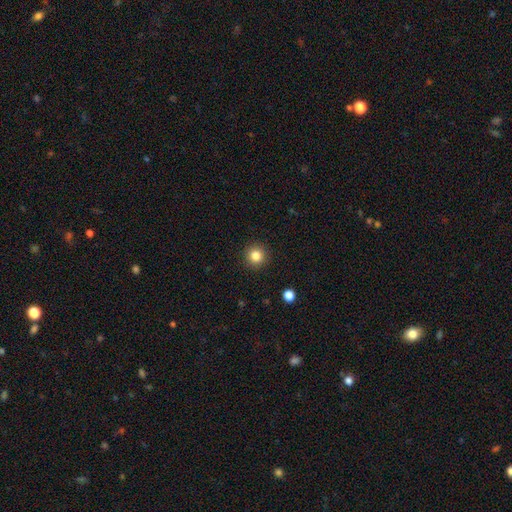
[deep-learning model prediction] A smooth galaxy with no disk features (83%) that is round (94%). Merging: none (92%).